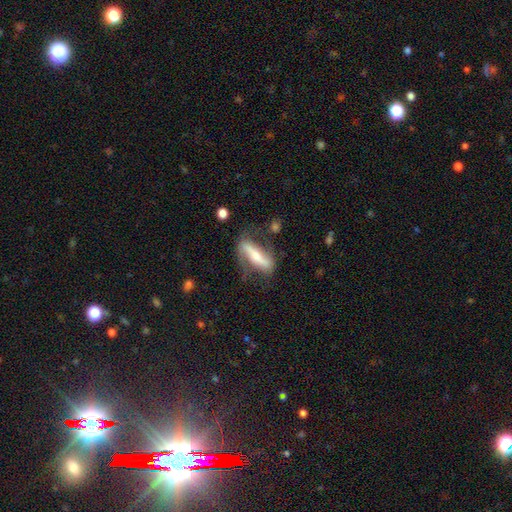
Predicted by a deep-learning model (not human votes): A featured or disk galaxy (68%). Merging: none (62%).